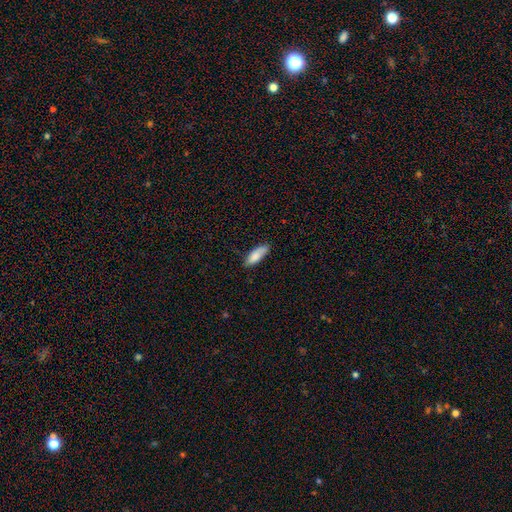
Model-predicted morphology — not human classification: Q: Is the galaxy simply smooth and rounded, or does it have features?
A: smooth — 83%.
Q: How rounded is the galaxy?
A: in between — 64%.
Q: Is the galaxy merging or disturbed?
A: none — 73%.